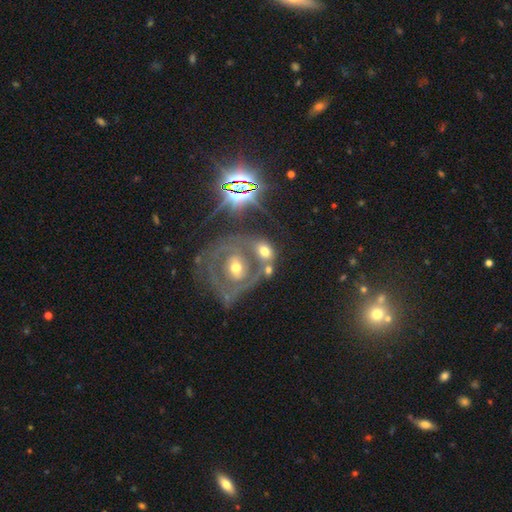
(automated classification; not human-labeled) Smooth or featured? Predicted: featured or disk (p=0.59). Edge-on disk? Predicted: no (p=0.94). Bar? Predicted: no (p=0.61). Spiral arms? Predicted: yes (p=0.62). Bulge size? Predicted: moderate (p=0.54). Merging? Predicted: none (p=0.58).